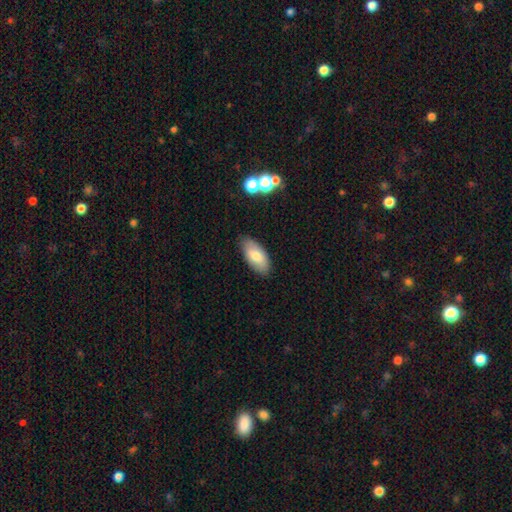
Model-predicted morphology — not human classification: smooth-or-featured: smooth: 76% | featured or disk: 17% | star or artifact: 7%
  how-rounded: in between: 92% | cigar-shaped: 5% | round: 3%
  merging: none: 83% | minor disturbance: 13% | major disturbance: 2% | merger: 2%